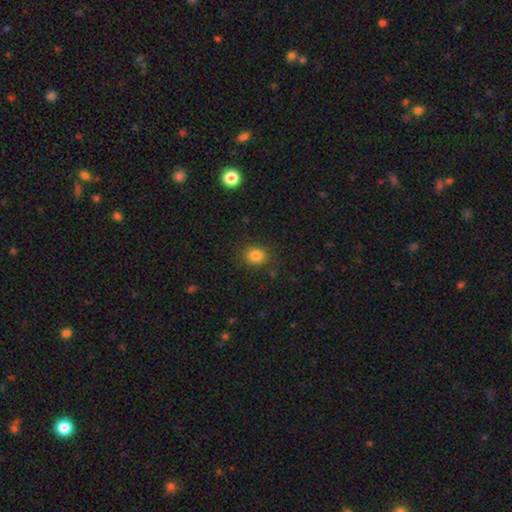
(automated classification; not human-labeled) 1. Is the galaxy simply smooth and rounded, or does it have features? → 83% smooth, 12% star or artifact, 5% featured or disk.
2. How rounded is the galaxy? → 67% round, 33% in between, 1% cigar-shaped.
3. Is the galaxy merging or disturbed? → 85% none, 10% minor disturbance, 3% major disturbance, 2% merger.